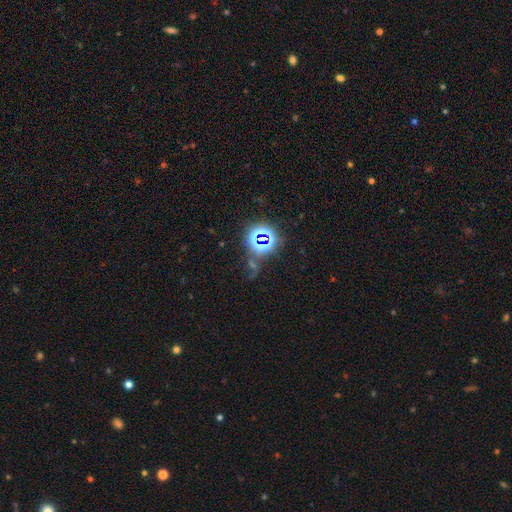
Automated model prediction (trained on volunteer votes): Smooth or featured?
  - star or artifact: 75% *
  - smooth: 15%
  - featured or disk: 9%